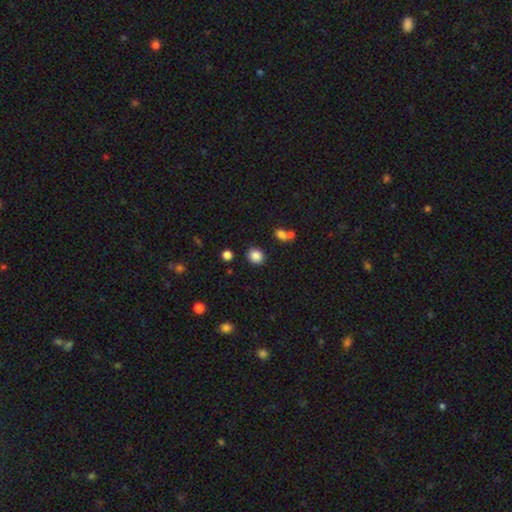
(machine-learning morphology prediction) Smooth or featured: smooth — 85% (star or artifact — 10%)
How rounded: round — 76% (in between — 23%)
Merging: none — 85% (minor disturbance — 8%)